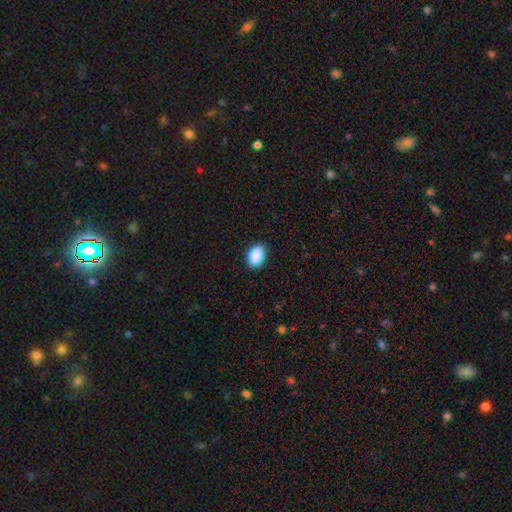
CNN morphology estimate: type=smooth (90%); roundness=in between (85%); merging=none (88%).